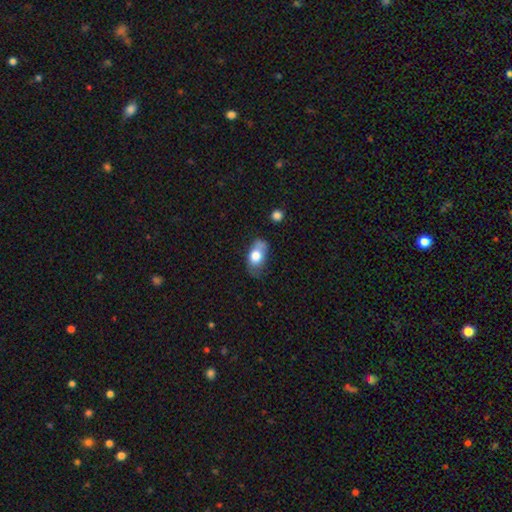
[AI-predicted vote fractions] Smooth or featured? Predicted: smooth (p=0.72). How rounded? Predicted: in between (p=0.85). Merging? Predicted: none (p=0.39).